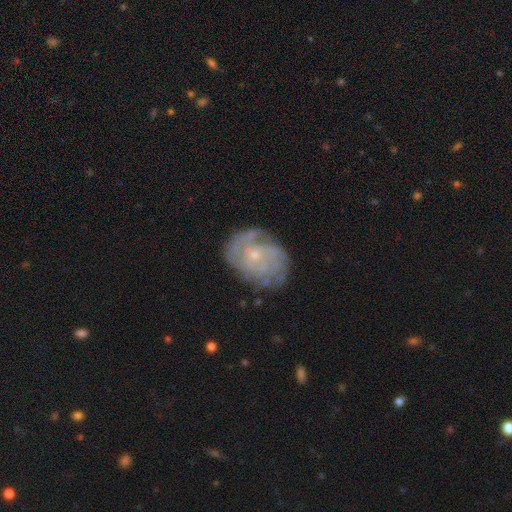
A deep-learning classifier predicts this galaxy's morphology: Overall: featured or disk (77%). Edge-on disk: no (97%). Bar: no (78%). Spiral arms: yes (88%). Spiral arm count: can't tell (41%; 2 24%). Spiral winding: tight (61%; medium 29%). Bulge size: small (80%). Merging: none (66%).